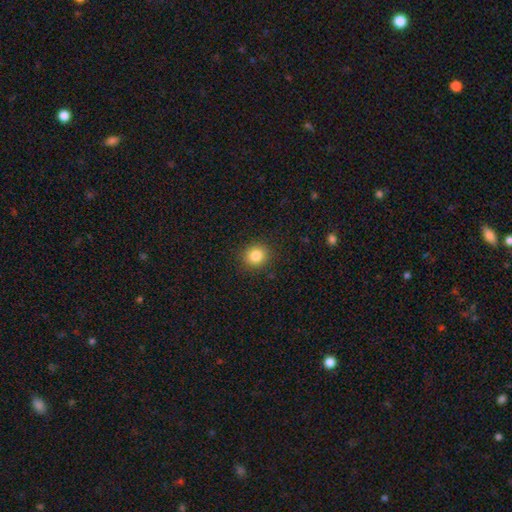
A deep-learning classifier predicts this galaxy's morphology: Smooth or featured? Predicted: smooth (p=0.84). How rounded? Predicted: round (p=0.84). Merging? Predicted: none (p=0.90).